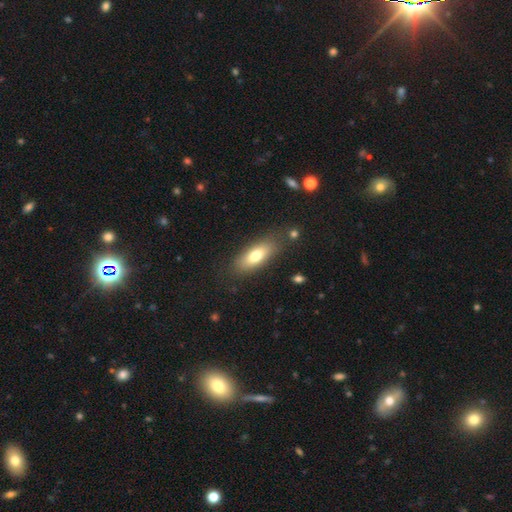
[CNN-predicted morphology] Smooth or featured: smooth — 72% (featured or disk — 20%)
How rounded: in between — 73% (cigar-shaped — 24%)
Merging: none — 80% (minor disturbance — 13%)